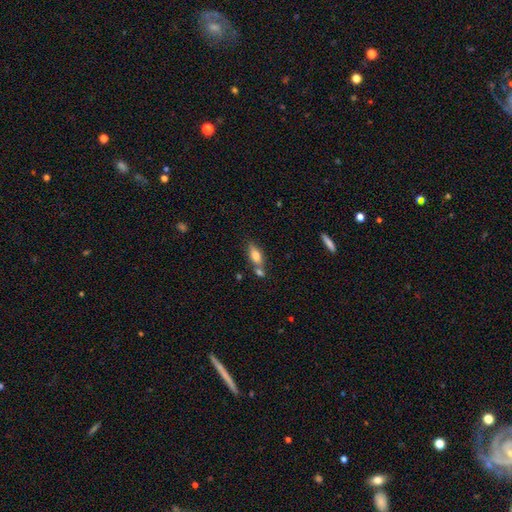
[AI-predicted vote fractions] Smooth or featured? smooth (68%)
How rounded? in between (70%)
Merging? none (55%)